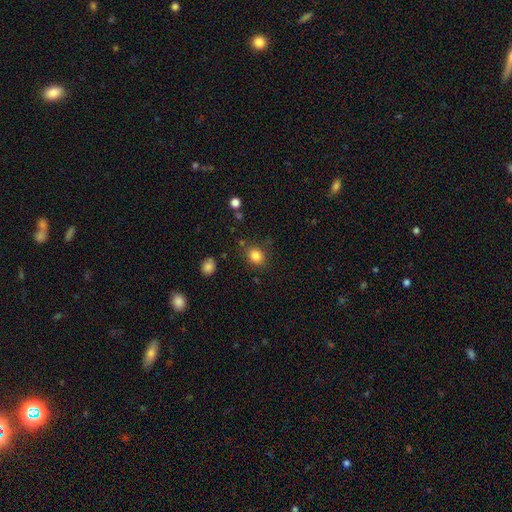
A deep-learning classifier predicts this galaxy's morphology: smooth-or-featured: smooth: 84% | star or artifact: 11% | featured or disk: 5%
  how-rounded: round: 62% | in between: 37% | cigar-shaped: 1%
  merging: none: 81% | minor disturbance: 12% | major disturbance: 4% | merger: 4%